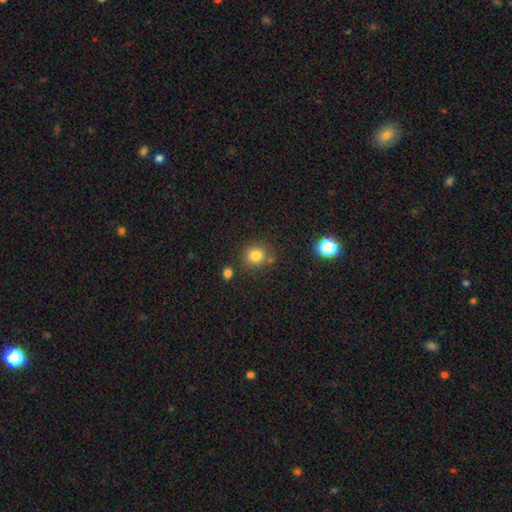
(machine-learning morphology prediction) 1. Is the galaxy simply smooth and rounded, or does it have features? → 81% smooth, 12% star or artifact, 6% featured or disk.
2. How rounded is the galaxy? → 88% round, 11% in between, 1% cigar-shaped.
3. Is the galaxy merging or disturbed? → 79% none, 10% minor disturbance, 8% merger, 3% major disturbance.